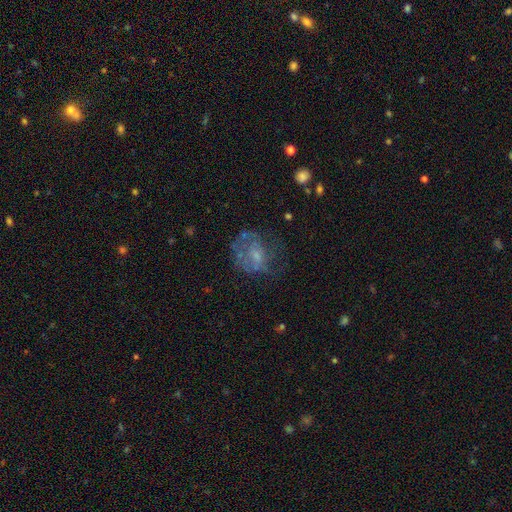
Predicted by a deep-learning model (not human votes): A featured or disk galaxy (48%). Merging: none (44%).